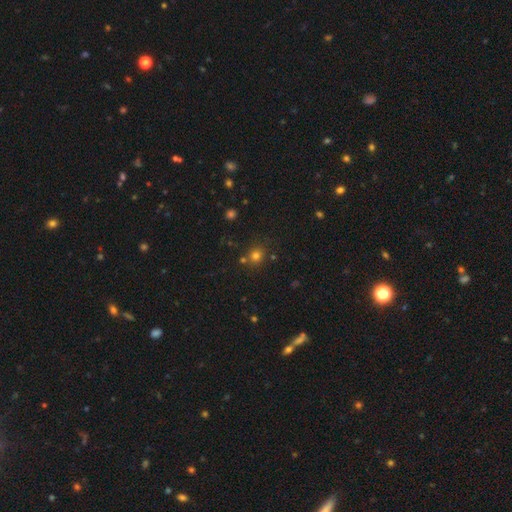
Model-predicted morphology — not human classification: Smooth or featured?
  - smooth: 74% *
  - star or artifact: 19%
  - featured or disk: 7%
How rounded?
  - round: 84% *
  - in between: 15%
  - cigar-shaped: 1%
Merging?
  - none: 75% *
  - merger: 12%
  - minor disturbance: 10%
  - major disturbance: 3%